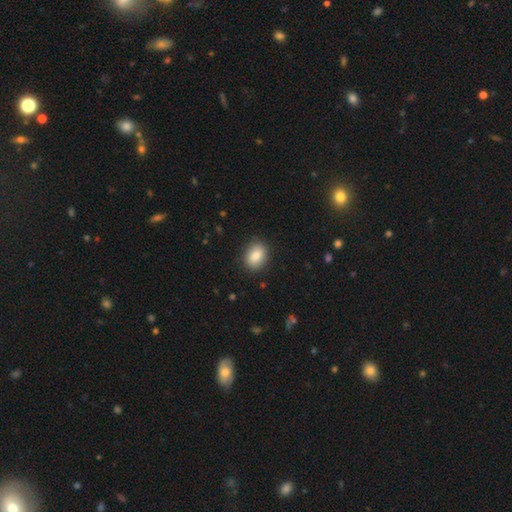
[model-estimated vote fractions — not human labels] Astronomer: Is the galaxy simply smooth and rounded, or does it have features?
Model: smooth — 85%.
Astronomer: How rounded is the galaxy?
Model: in between — 70%.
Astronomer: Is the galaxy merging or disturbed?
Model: none — 86%.